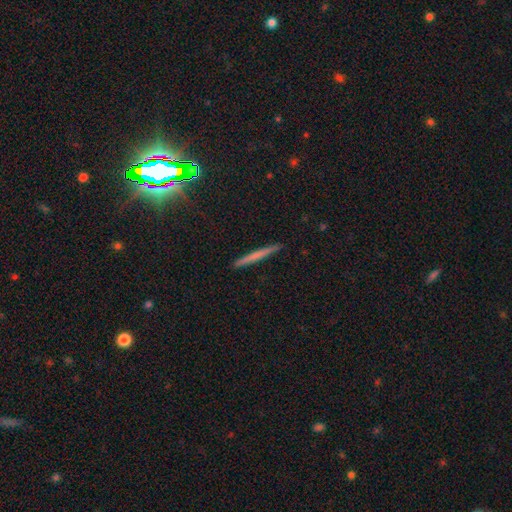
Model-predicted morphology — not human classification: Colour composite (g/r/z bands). It shows a smooth galaxy with no disk features (53%) that is cigar-shaped (96%). Merging: none (91%).